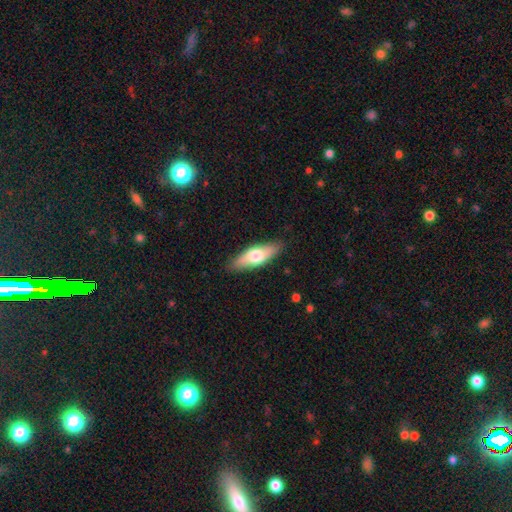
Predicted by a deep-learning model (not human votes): Morphology: type=smooth (63%); roundness=in between (60%); merging=none (86%).